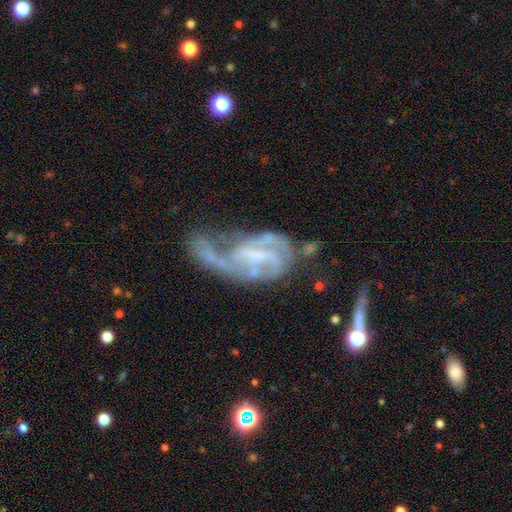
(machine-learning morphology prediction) The model was most divided on "bulge size": none: 41%, small: 40%, moderate: 16%, large: 2%, dominant: 1%. Remaining: edge-on disk — no (96%); spiral arms — yes (87%); smooth or featured — featured or disk (81%); bar — weak (44%); spiral arm count — 2 (44%); spiral winding — medium (42%); merging — major disturbance (39%).